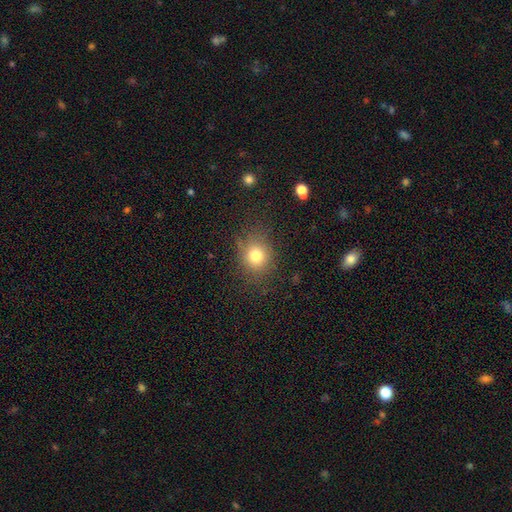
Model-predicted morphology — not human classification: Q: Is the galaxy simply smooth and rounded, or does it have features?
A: smooth — 77%.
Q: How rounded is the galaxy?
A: round — 75%.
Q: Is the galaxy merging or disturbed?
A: none — 79%.